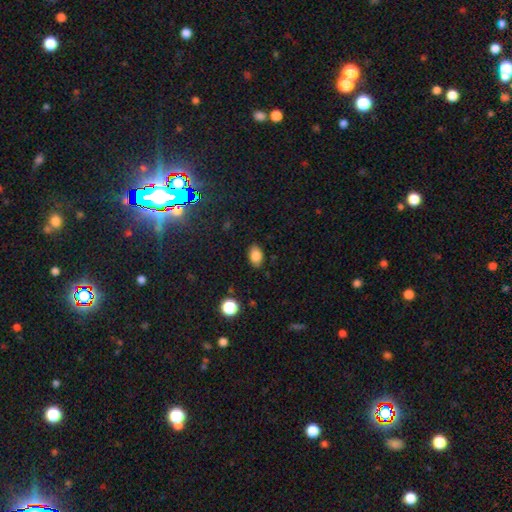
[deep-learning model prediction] This is clearly a smooth galaxy (84%). How rounded: clearly in between (86%). Merging: clearly none (86%).